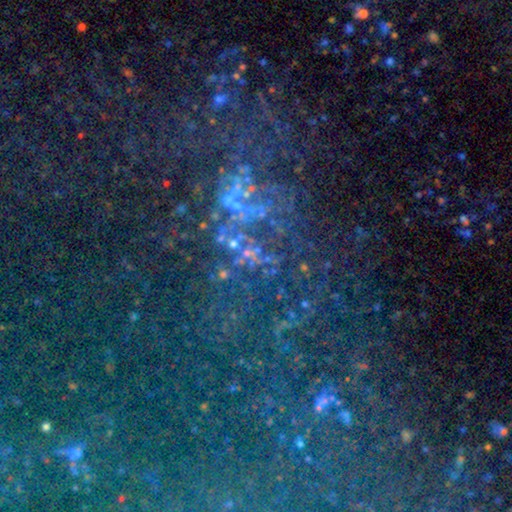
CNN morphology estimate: smooth_or_featured: star or artifact (p=0.42) [tied with: featured or disk p=0.42]